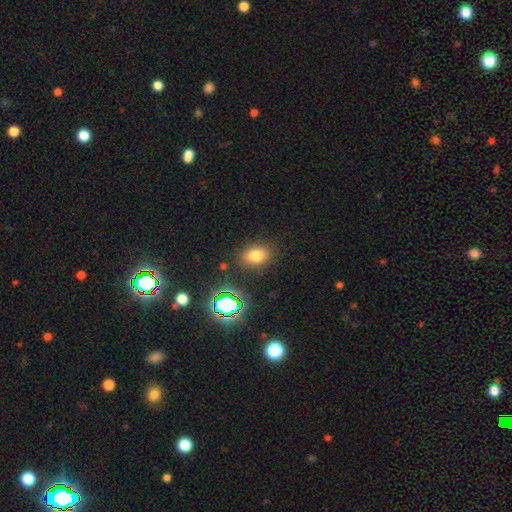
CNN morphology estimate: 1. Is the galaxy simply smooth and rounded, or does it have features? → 74% smooth, 17% star or artifact, 9% featured or disk.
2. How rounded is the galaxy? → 75% in between, 23% round, 1% cigar-shaped.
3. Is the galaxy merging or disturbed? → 84% none, 10% minor disturbance, 3% major disturbance, 2% merger.